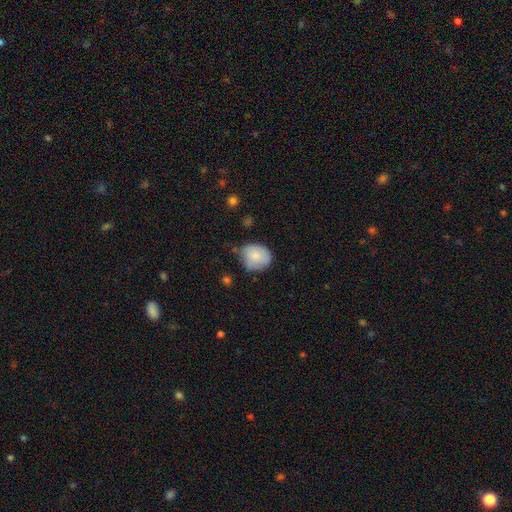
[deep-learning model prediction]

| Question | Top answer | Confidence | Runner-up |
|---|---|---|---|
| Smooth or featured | smooth | 80% | featured or disk (13%) |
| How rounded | round | 63% | in between (36%) |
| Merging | none | 53% | minor disturbance (36%) |